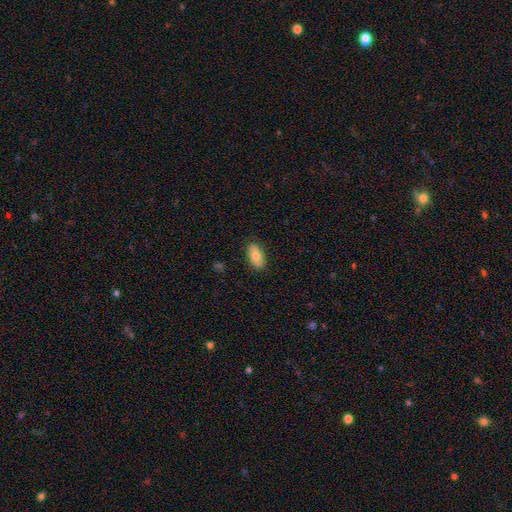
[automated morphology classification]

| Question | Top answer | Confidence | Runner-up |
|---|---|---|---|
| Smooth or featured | smooth | 75% | featured or disk (19%) |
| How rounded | in between | 93% | round (4%) |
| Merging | none | 86% | minor disturbance (11%) |